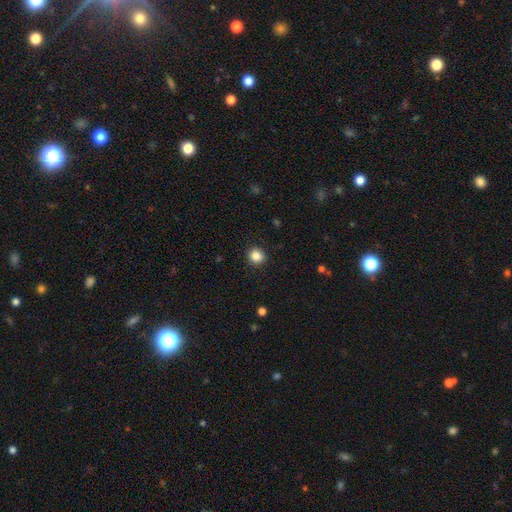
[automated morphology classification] Smooth or featured? Predicted: smooth (p=0.85). How rounded? Predicted: round (p=0.87). Merging? Predicted: none (p=0.91).